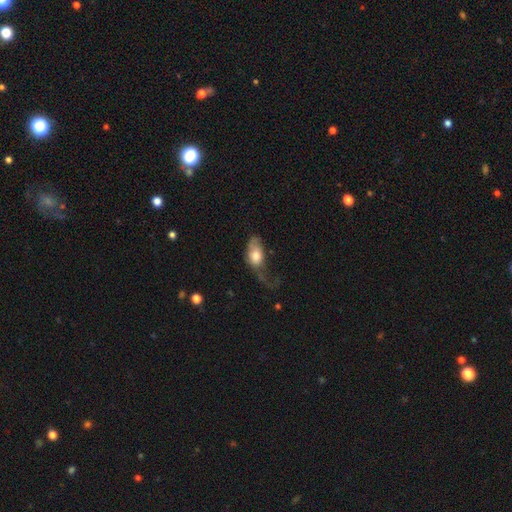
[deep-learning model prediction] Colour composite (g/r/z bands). It shows a smooth galaxy with no disk features (66%) that is in between round and cigar-shaped (86%). Merging: major disturbance (57%).